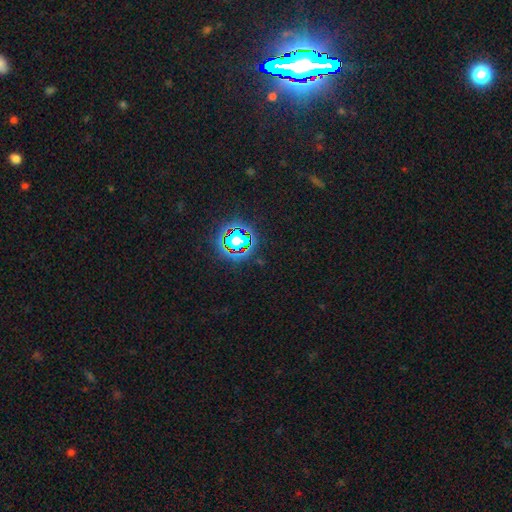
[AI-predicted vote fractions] Overall: star or artifact (83%).